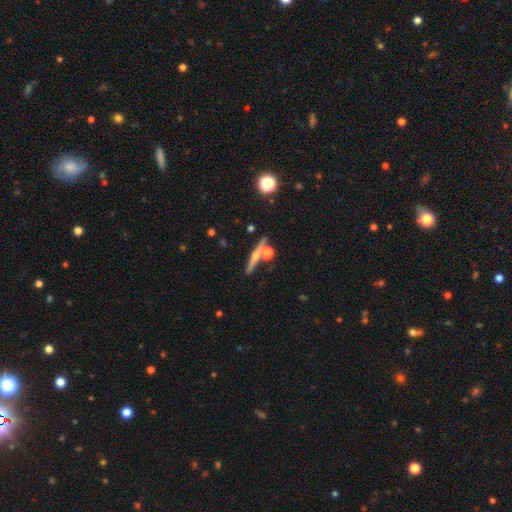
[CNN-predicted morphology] featured or disk 61%, smooth 29%, star or artifact 10%. Down the decision tree: edge-on disk — yes (94%); edge-on bulge — rounded (77%); merging — none (74%).